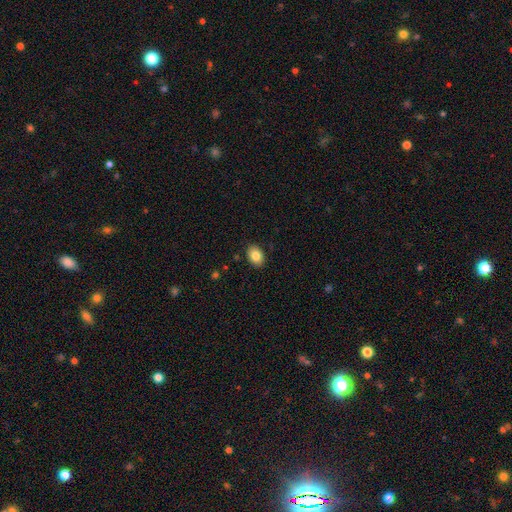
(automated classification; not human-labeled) A smooth galaxy with no disk features (83%) that is in between round and cigar-shaped (76%). Merging: none (88%).